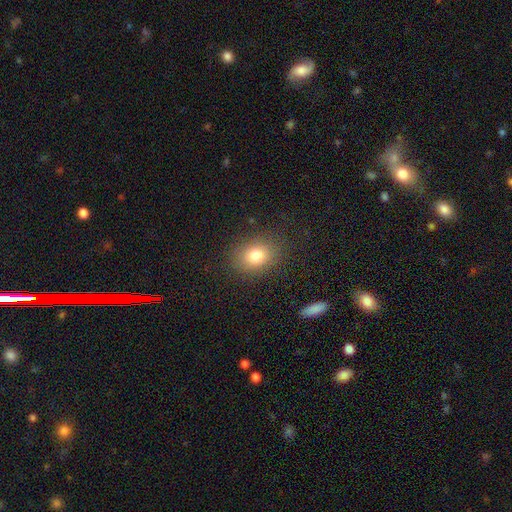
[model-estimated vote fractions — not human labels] The model was most divided on "how rounded": in between: 53%, round: 46%, cigar-shaped: 1%. More confident: merging — none (84%); smooth or featured — smooth (80%).